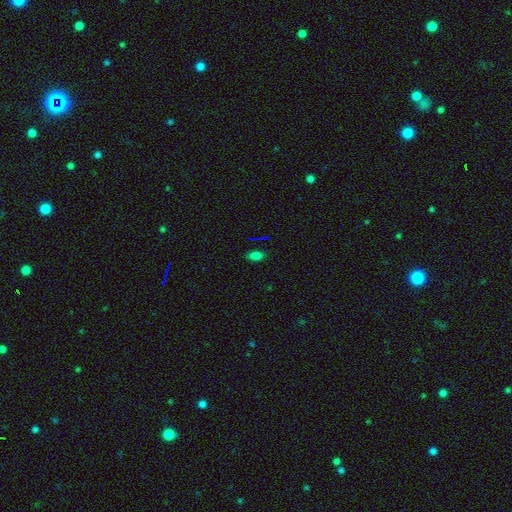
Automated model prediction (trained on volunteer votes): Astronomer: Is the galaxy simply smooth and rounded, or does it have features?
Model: smooth — 75%.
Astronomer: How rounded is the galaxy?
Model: in between — 88%.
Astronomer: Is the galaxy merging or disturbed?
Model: none — 85%.